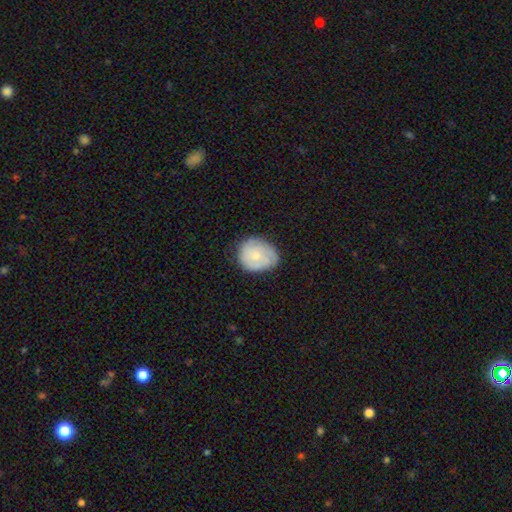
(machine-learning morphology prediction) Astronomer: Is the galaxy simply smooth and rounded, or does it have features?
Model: smooth — 55% (runner-up: featured or disk, 39%).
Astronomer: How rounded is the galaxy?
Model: round — 67%.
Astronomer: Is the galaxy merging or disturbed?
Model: none — 70%.